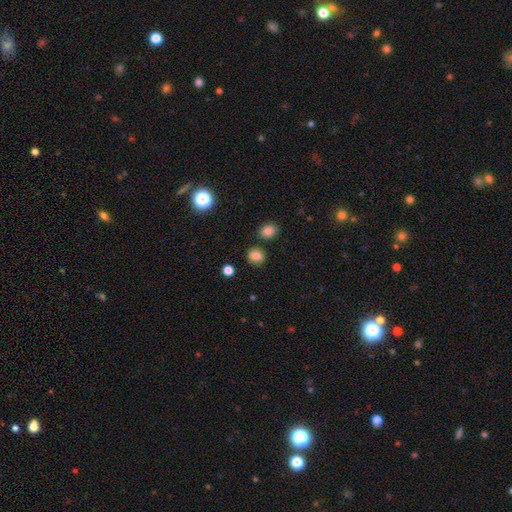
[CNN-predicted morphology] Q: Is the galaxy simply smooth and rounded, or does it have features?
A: smooth — 81%.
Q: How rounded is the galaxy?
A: round — 64%.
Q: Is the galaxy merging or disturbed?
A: none — 80%.